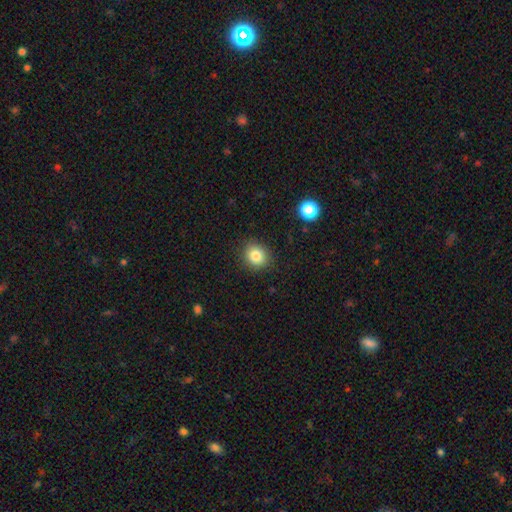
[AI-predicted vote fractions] Smooth or featured? smooth (83%)
How rounded? round (74%)
Merging? none (89%)